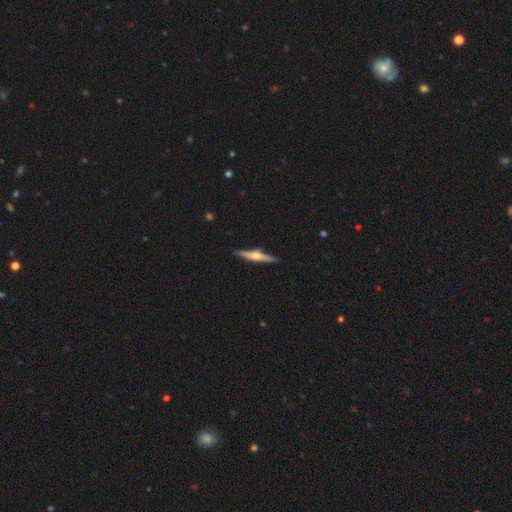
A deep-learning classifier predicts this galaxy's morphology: A featured or disk galaxy (68%) viewed edge-on (97%) with a rounded central bulge (89%). Merging: none (90%).